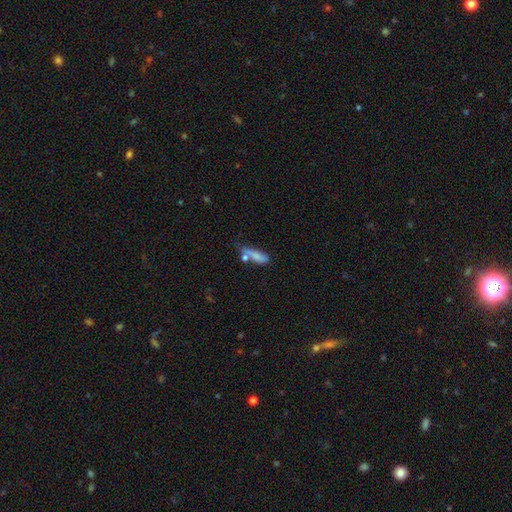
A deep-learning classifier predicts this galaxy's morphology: smooth_or_featured: smooth (p=0.74) [alt: featured or disk p=0.16]
how_rounded: cigar-shaped (p=0.49) [alt: in between p=0.47]
merging: none (p=0.37) [alt: merger p=0.28]